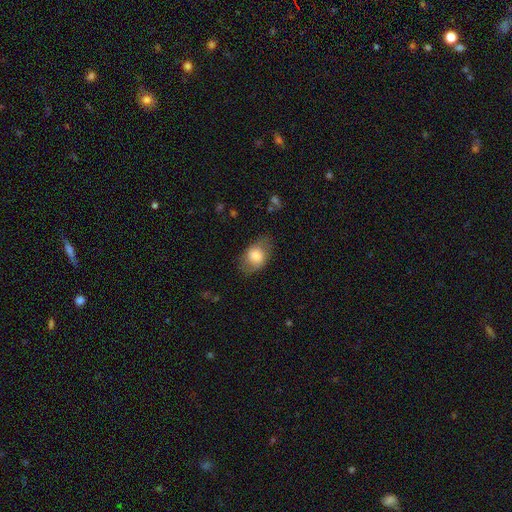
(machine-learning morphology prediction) Q: Smooth or featured?
A: smooth (71%); runner-up: featured or disk (22%)
Q: How rounded?
A: in between (77%); runner-up: round (22%)
Q: Merging?
A: none (67%); runner-up: minor disturbance (22%)